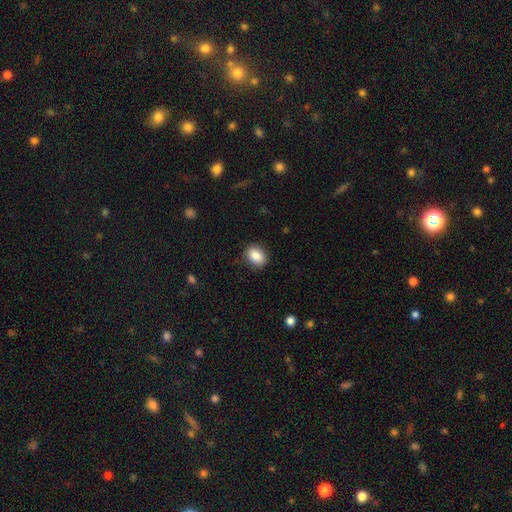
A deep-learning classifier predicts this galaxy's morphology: A smooth galaxy with no disk features (87%) that is in between round and cigar-shaped (70%). Merging: none (84%).